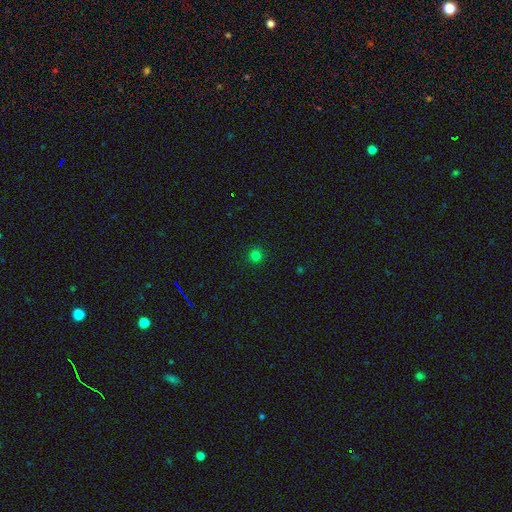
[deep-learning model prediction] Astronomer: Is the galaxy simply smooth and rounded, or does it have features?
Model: smooth — 78%.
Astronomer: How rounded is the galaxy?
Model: round — 94%.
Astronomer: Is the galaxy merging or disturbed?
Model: none — 92%.